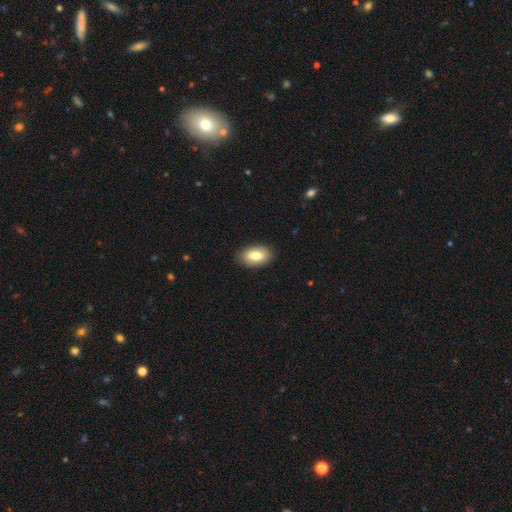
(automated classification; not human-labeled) Smooth or featured: smooth — 80% (featured or disk — 14%)
How rounded: in between — 93% (round — 5%)
Merging: none — 87% (minor disturbance — 10%)